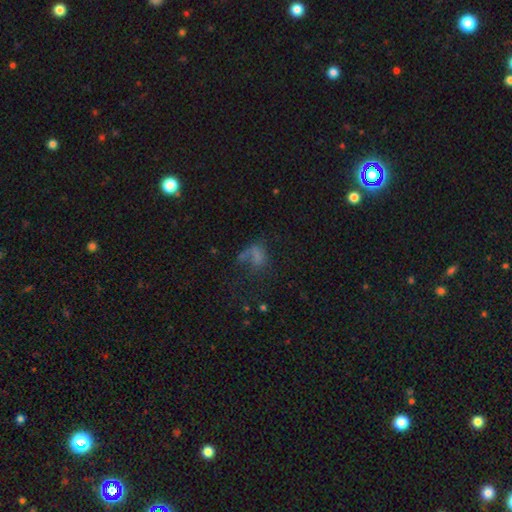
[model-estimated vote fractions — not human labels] Smooth or featured? smooth (54%)
How rounded? in between (74%)
Merging? major disturbance (44%)